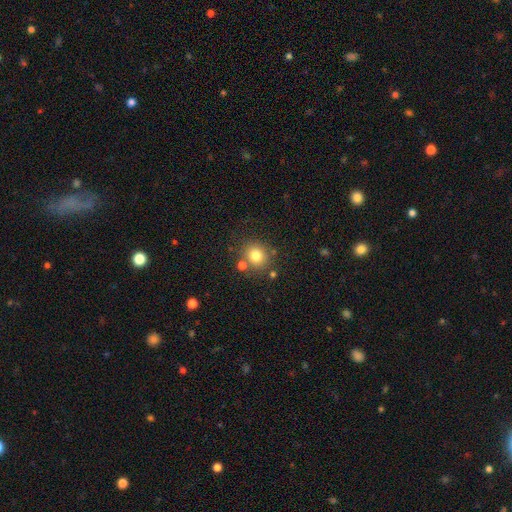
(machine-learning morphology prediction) smooth 79%, star or artifact 13%, featured or disk 9%. Down the decision tree: how rounded — round (86%); merging — none (76%).